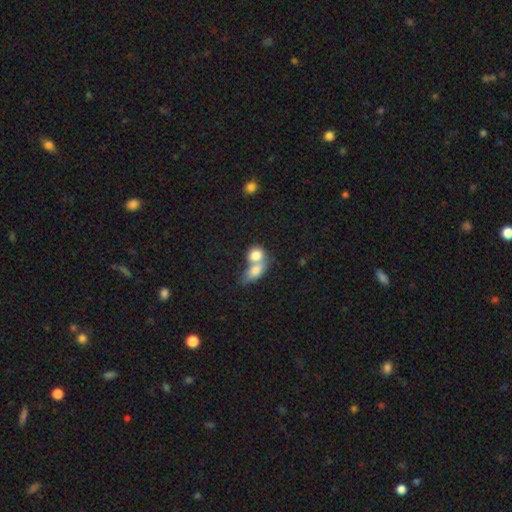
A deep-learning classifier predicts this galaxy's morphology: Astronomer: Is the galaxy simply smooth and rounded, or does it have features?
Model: smooth — 78%.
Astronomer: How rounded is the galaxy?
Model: round — 51% (runner-up: in between, 46%).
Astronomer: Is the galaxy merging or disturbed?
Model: merger — 69%.